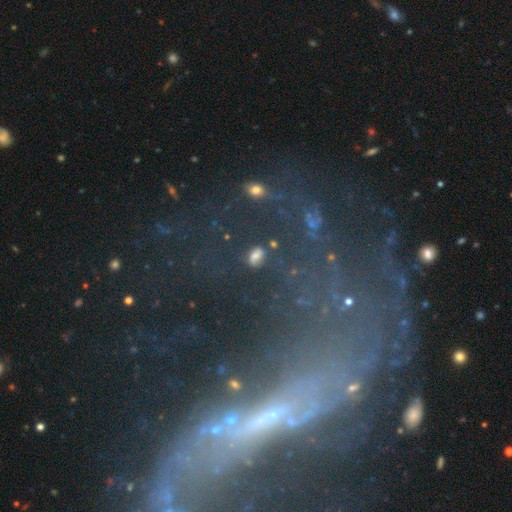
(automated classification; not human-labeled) Morphology: type=smooth (62%); roundness=in between (80%); merging=none (72%).